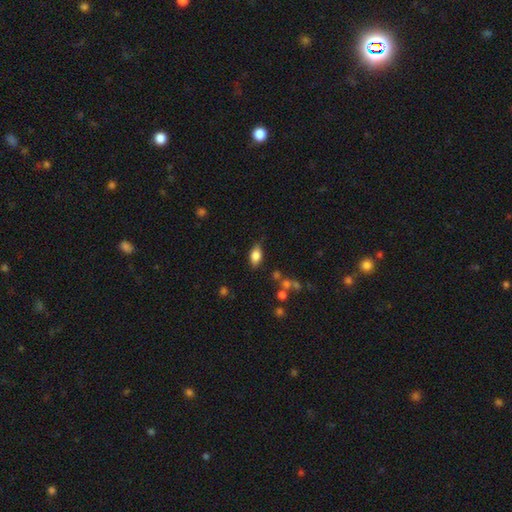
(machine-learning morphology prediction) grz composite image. It shows a smooth galaxy with no disk features (76%) that is in between round and cigar-shaped (86%). Merging: none (75%).